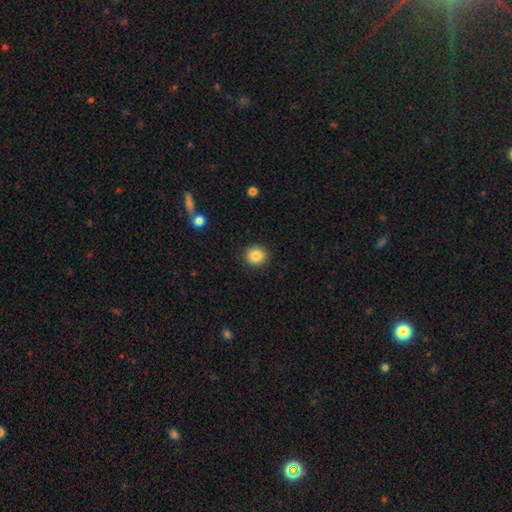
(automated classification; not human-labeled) This is clearly a smooth galaxy (86%). How rounded: clearly round (91%). Merging: clearly none (92%).